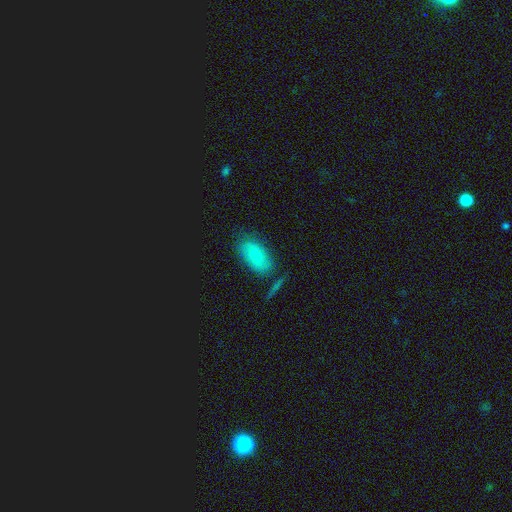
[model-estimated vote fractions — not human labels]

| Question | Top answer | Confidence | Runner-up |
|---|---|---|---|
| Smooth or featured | smooth | 75% | featured or disk (17%) |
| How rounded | in between | 92% | round (4%) |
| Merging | none | 71% | minor disturbance (18%) |